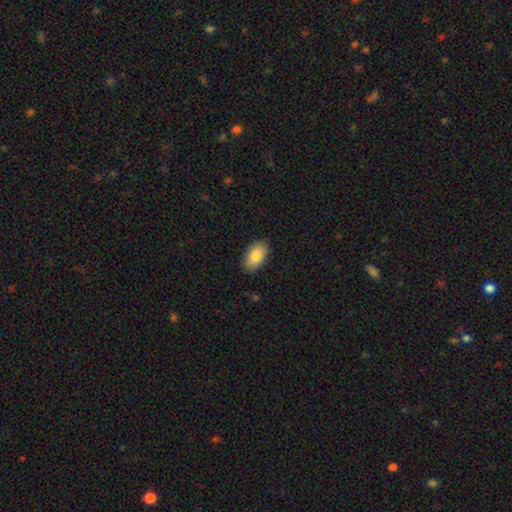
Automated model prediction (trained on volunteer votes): smooth_or_featured: smooth (p=0.85) [alt: featured or disk p=0.09]
how_rounded: in between (p=0.94) [alt: round p=0.04]
merging: none (p=0.87) [alt: minor disturbance p=0.10]